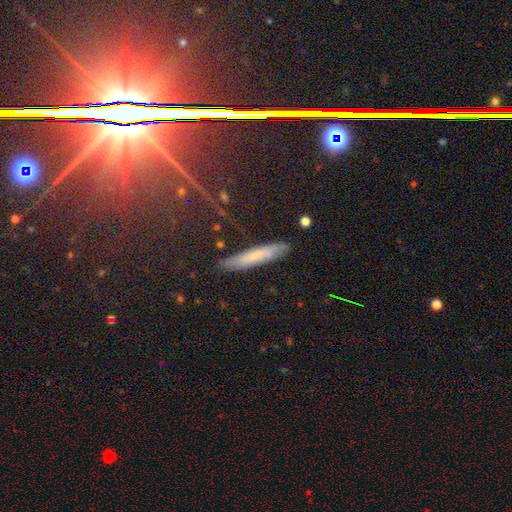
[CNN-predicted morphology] type=smooth (61%); roundness=cigar-shaped (92%); merging=none (85%).